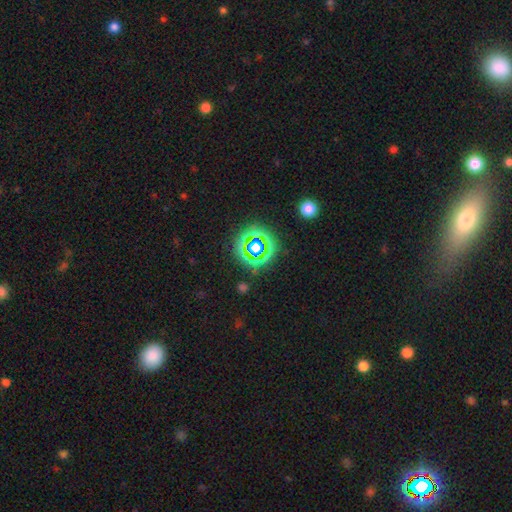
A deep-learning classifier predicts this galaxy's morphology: Smooth or featured?
  - star or artifact: 61% *
  - smooth: 30%
  - featured or disk: 9%